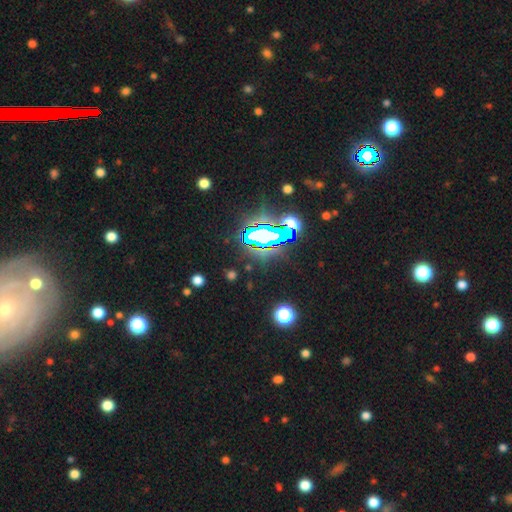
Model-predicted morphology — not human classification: Smooth or featured?
  - star or artifact: 81% *
  - smooth: 11%
  - featured or disk: 8%